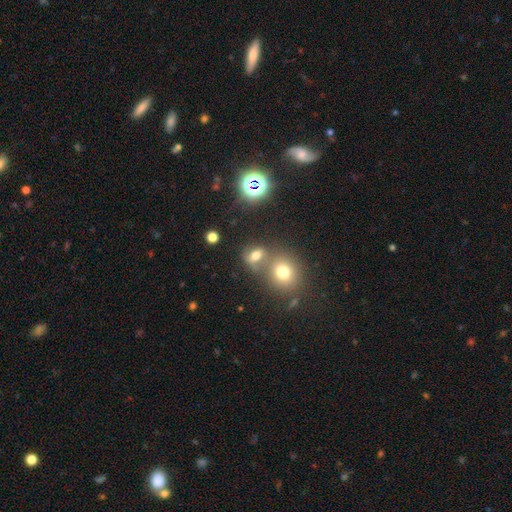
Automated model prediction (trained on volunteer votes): smooth-or-featured: smooth: 62% | star or artifact: 23% | featured or disk: 14%
  how-rounded: in between: 53% | round: 45% | cigar-shaped: 3%
  merging: none: 46% | merger: 37% | minor disturbance: 11% | major disturbance: 6%